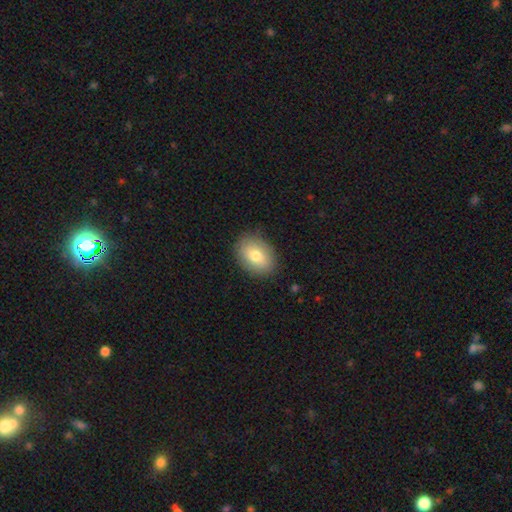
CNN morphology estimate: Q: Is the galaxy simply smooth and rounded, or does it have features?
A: smooth — 76%.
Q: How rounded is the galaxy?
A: in between — 75%.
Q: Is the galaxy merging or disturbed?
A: none — 85%.